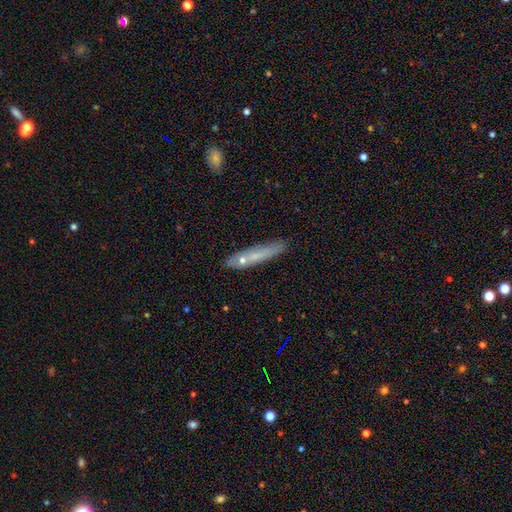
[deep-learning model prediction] A smooth galaxy with no disk features (60%) that is cigar-shaped (90%). Merging: none (72%).